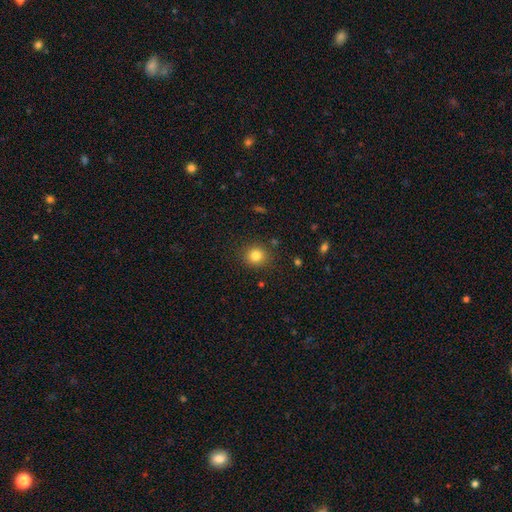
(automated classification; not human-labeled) Smooth or featured?
  - smooth: 82% *
  - star or artifact: 12%
  - featured or disk: 6%
How rounded?
  - round: 86% *
  - in between: 13%
  - cigar-shaped: 1%
Merging?
  - none: 87% *
  - minor disturbance: 8%
  - major disturbance: 3%
  - merger: 2%